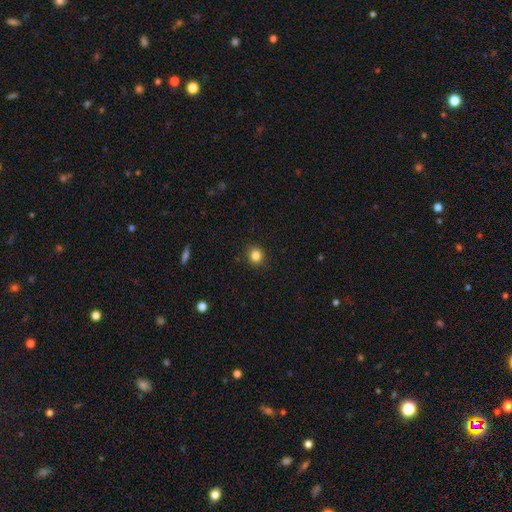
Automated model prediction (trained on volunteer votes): Smooth or featured? smooth (83%)
How rounded? round (86%)
Merging? none (91%)